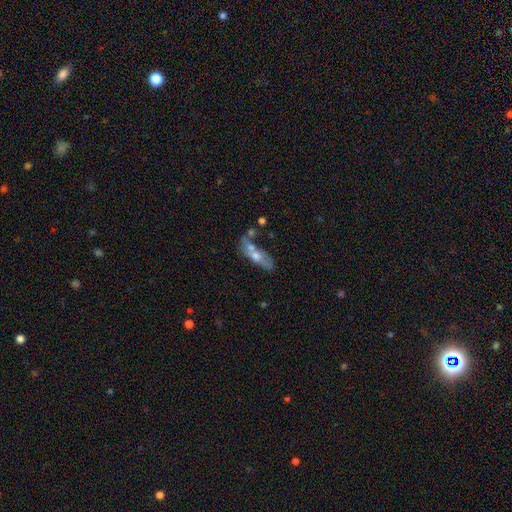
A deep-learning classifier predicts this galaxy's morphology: This appears to be a featured or disk galaxy (50%). Merging: none (39%).